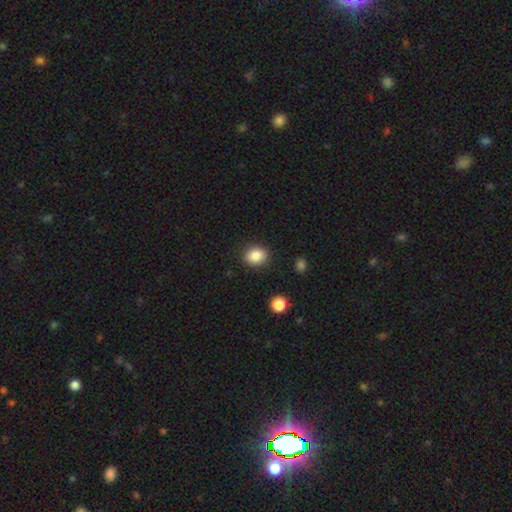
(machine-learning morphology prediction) Smooth or featured? Predicted: smooth (p=0.86). How rounded? Predicted: round (p=0.56). Merging? Predicted: none (p=0.87).